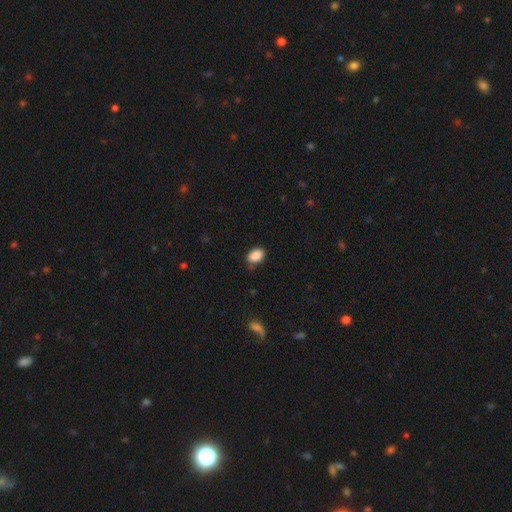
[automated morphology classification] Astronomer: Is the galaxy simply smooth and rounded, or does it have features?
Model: smooth — 88%.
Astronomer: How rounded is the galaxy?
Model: in between — 86%.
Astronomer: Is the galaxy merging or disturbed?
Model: none — 76%.